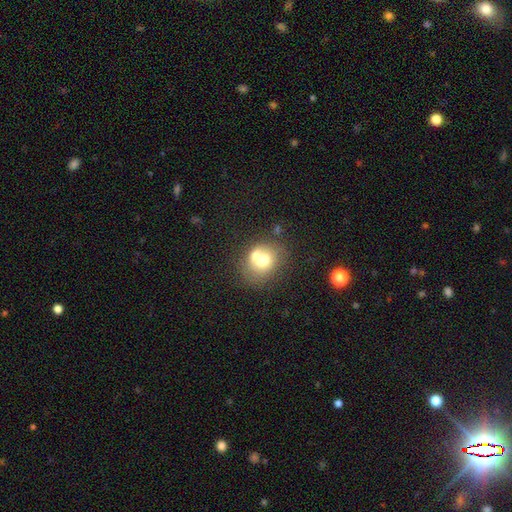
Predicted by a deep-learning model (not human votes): smooth_or_featured: smooth (p=0.66) [alt: featured or disk p=0.24]
how_rounded: round (p=0.68) [alt: in between p=0.31]
merging: merger (p=0.43) [alt: none p=0.40]